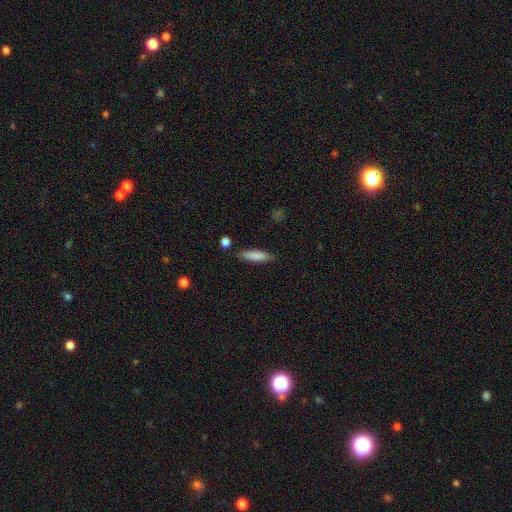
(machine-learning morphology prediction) This appears to be a smooth galaxy with no disk features (84%) that is cigar-shaped (67%). Merging: none (85%).